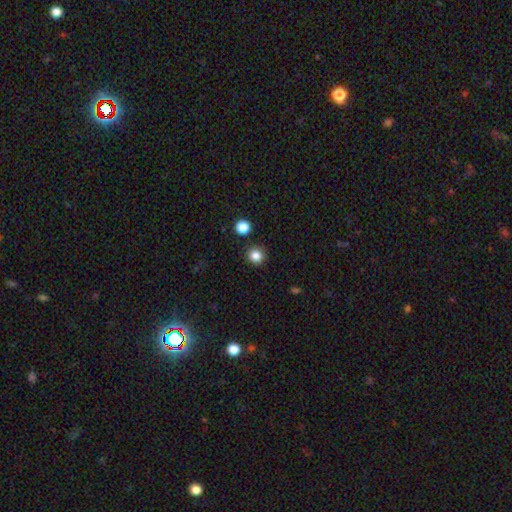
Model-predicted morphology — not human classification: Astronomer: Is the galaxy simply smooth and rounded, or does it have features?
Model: smooth — 85%.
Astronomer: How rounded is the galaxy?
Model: round — 92%.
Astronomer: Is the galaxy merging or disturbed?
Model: none — 89%.